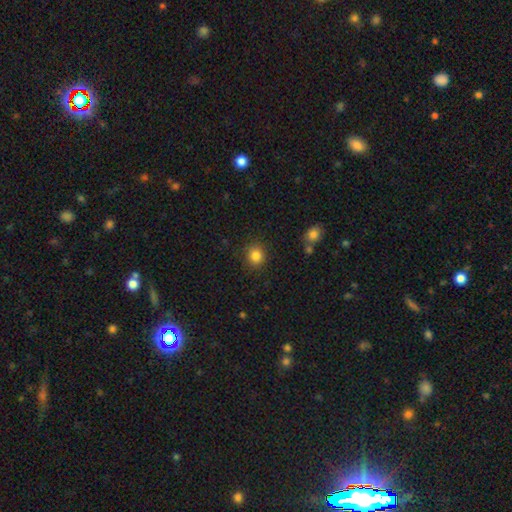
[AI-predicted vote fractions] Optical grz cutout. It shows a smooth galaxy with no disk features (84%) that is round (83%). Merging: none (88%).